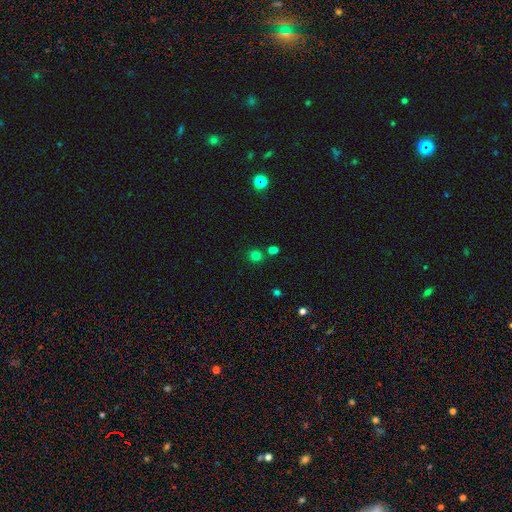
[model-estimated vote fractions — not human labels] Overall: smooth (76%). How rounded: round (89%). Merging: none (77%).